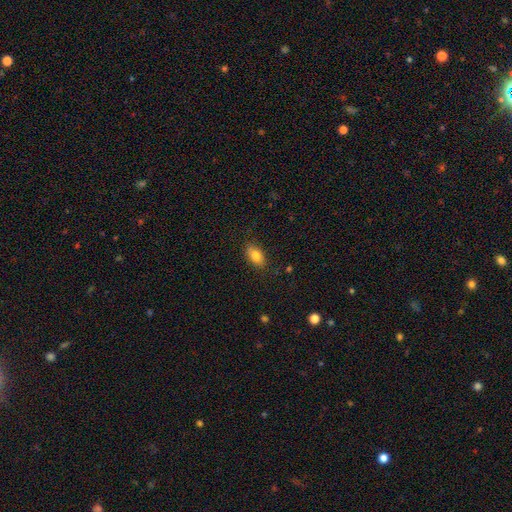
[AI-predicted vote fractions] Smooth or featured: smooth — 82% (featured or disk — 11%)
How rounded: in between — 89% (round — 7%)
Merging: none — 84% (minor disturbance — 12%)